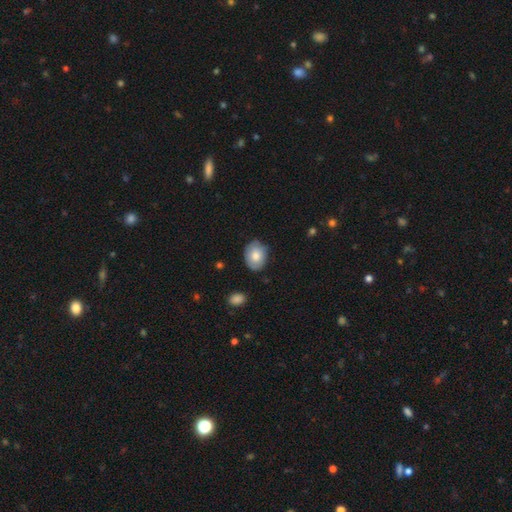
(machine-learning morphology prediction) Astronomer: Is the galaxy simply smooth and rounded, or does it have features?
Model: smooth — 75%.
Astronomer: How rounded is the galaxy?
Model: in between — 64%.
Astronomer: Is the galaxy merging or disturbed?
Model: none — 75%.